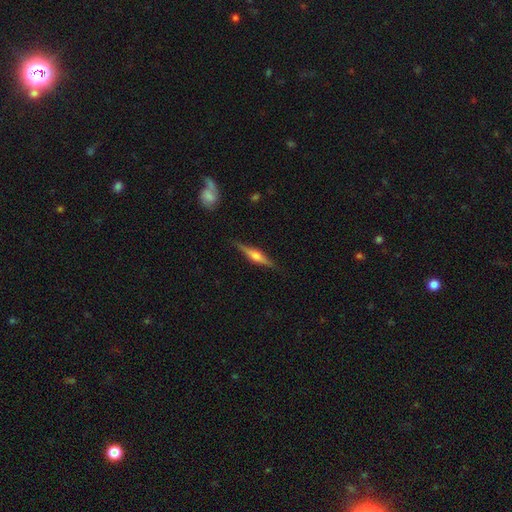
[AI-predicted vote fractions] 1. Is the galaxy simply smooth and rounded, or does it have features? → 71% featured or disk, 23% smooth, 6% star or artifact.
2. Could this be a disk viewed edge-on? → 97% yes, 3% no.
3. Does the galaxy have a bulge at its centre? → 84% rounded, 13% boxy, 4% none.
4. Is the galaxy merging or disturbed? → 87% none, 9% minor disturbance, 2% major disturbance, 1% merger.